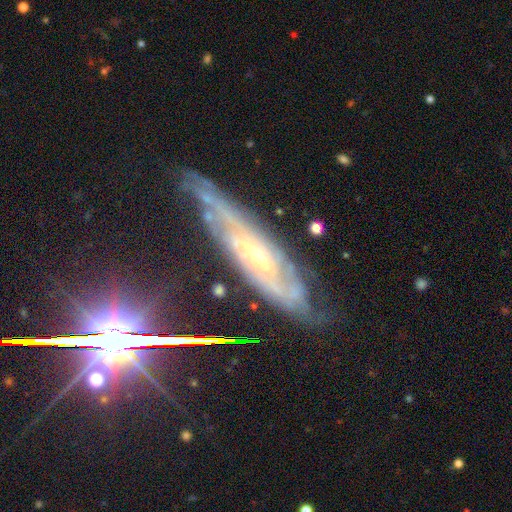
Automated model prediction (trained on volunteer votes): smooth-or-featured: featured or disk: 81% | star or artifact: 11% | smooth: 8%
  disk-edge-on: no: 71% | yes: 29%
    bar: no: 43% | weak: 39% | strong: 17%
    has-spiral-arms: yes: 95% | no: 5%
      spiral-winding: tight: 63% | medium: 30% | loose: 8%
      spiral-arm-count: can't tell: 48% | 2: 26% | 3: 11% | 4: 6% | more than 4: 5% | 1: 4%
    bulge-size: small: 64% | moderate: 32% | none: 2% | large: 2% | dominant: 1%
  merging: none: 71% | minor disturbance: 20% | major disturbance: 7% | merger: 2%